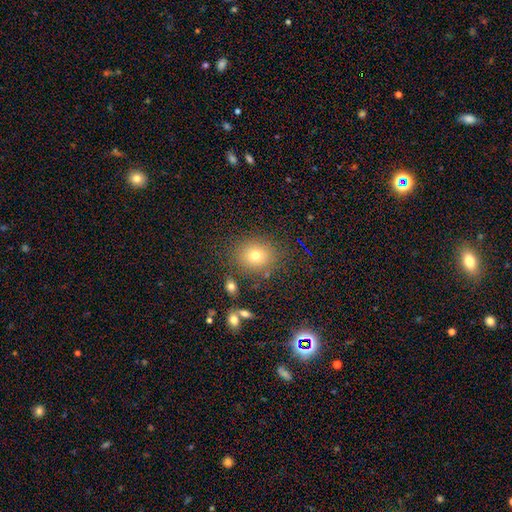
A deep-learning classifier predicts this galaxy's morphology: Overall: smooth (73%). How rounded: round (72%). Merging: none (82%).